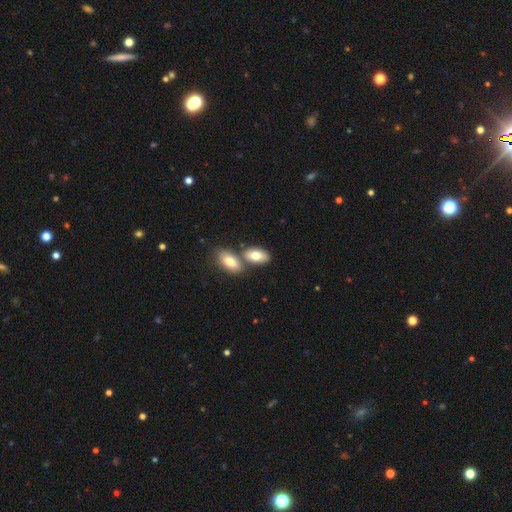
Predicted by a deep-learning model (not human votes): smooth_or_featured: smooth (p=0.76) [alt: featured or disk p=0.17]
how_rounded: in between (p=0.92) [alt: round p=0.04]
merging: none (p=0.53) [alt: merger p=0.34]